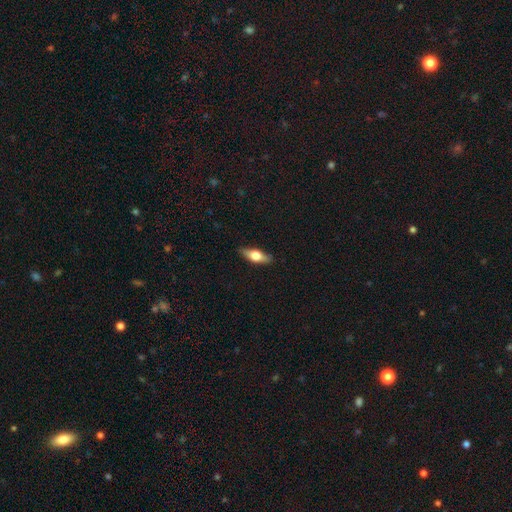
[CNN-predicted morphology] smooth 52%, featured or disk 42%, star or artifact 6%. Down the decision tree: how rounded — in between (62%); merging — none (86%).